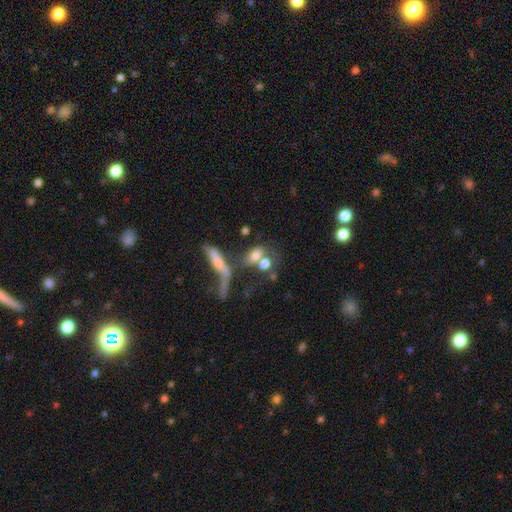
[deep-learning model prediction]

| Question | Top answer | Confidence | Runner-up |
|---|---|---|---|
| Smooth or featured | smooth | 64% | featured or disk (23%) |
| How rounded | in between | 64% | round (22%) |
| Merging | merger | 50% | none (26%) |